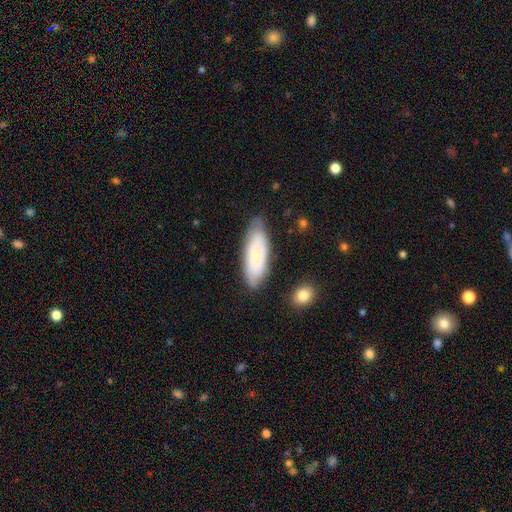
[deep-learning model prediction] smooth 53%, featured or disk 40%, star or artifact 7%. Down the decision tree: how rounded — in between (66%); merging — none (76%).